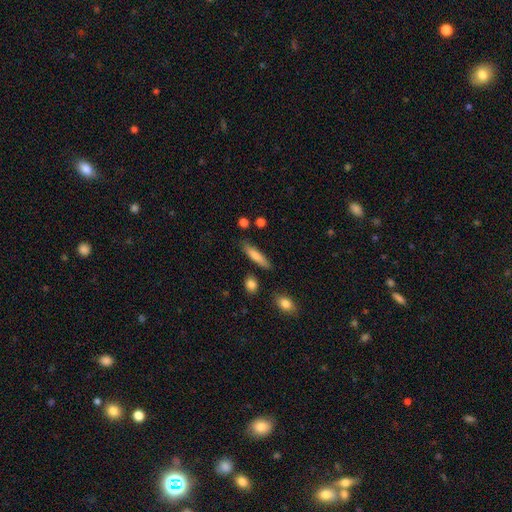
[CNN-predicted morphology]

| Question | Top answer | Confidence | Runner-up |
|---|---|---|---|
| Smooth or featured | smooth | 76% | featured or disk (17%) |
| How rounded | cigar-shaped | 76% | in between (22%) |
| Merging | none | 81% | minor disturbance (12%) |